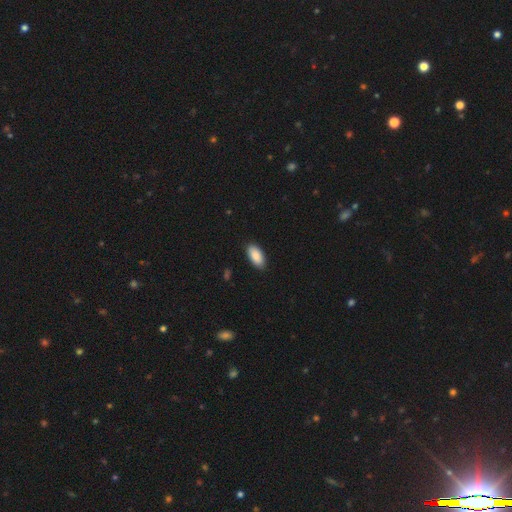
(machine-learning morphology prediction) Smooth or featured? smooth (90%)
How rounded? in between (93%)
Merging? none (89%)